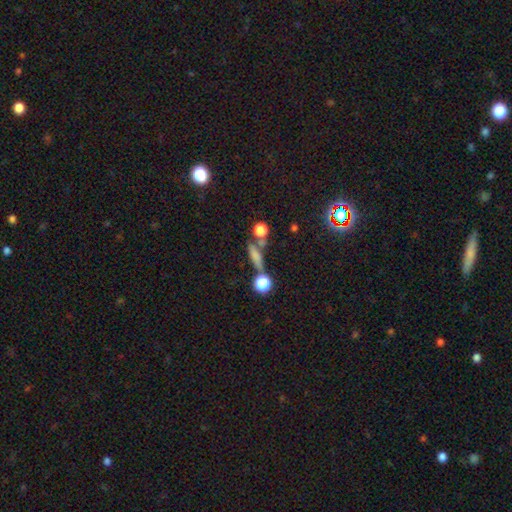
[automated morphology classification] Smooth or featured? Predicted: smooth (p=0.64). How rounded? Predicted: cigar-shaped (p=0.57). Merging? Predicted: none (p=0.63).